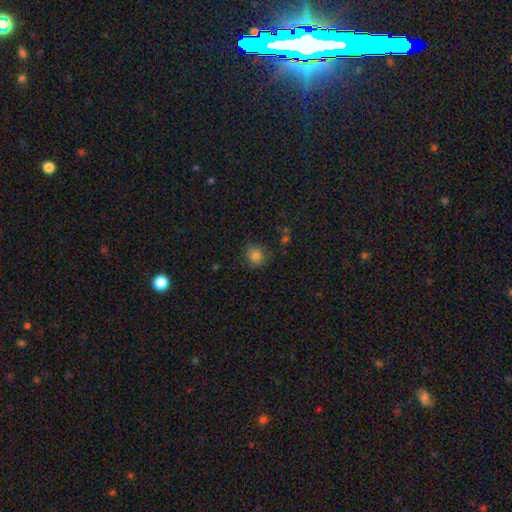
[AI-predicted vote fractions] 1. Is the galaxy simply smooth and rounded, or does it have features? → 80% smooth, 12% star or artifact, 8% featured or disk.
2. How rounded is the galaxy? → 84% round, 15% in between, 1% cigar-shaped.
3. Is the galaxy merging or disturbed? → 82% none, 14% minor disturbance, 3% major disturbance, 2% merger.